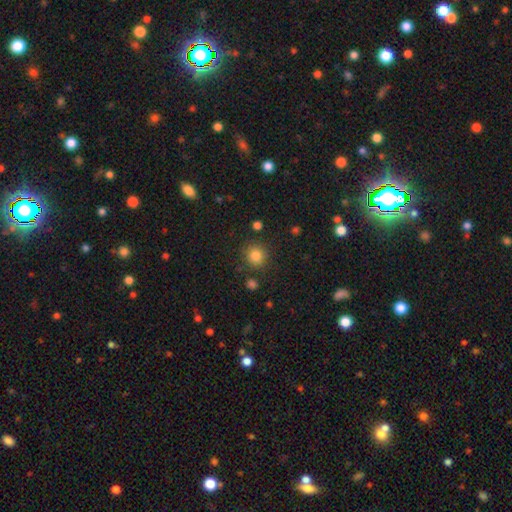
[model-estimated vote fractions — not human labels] smooth 84%, star or artifact 11%, featured or disk 5%. Down the decision tree: how rounded — round (91%); merging — none (85%).